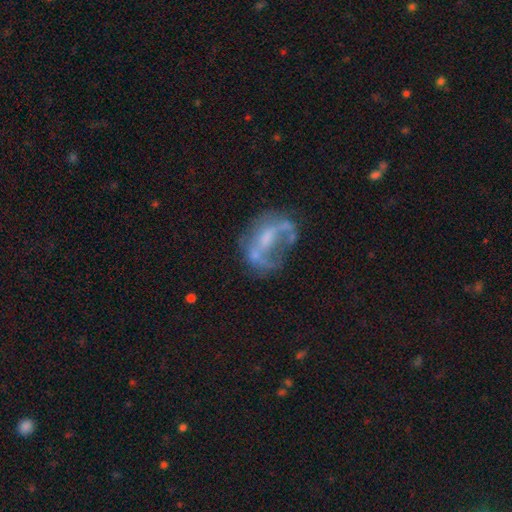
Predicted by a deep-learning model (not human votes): Smooth or featured: featured or disk — 67% (smooth — 23%)
Edge-on disk: no — 97% (yes — 3%)
Bar: no — 47% (weak — 35%)
Spiral arms: no — 52% (yes — 48%)
Bulge size: none — 36% (small — 30%)
Merging: none — 37% (major disturbance — 33%)